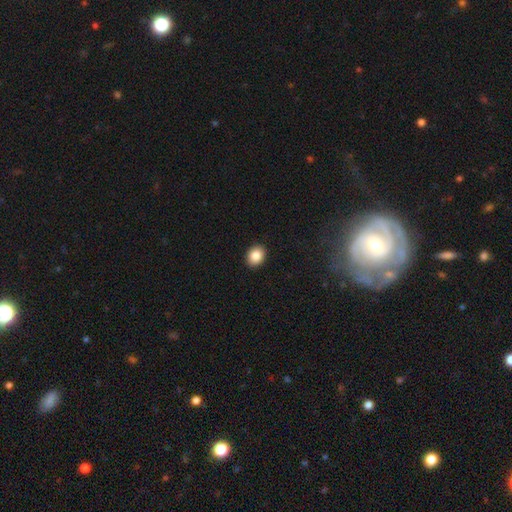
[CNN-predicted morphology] Smooth or featured: smooth — 86% (star or artifact — 8%)
How rounded: in between — 52% (round — 47%)
Merging: none — 92% (minor disturbance — 6%)